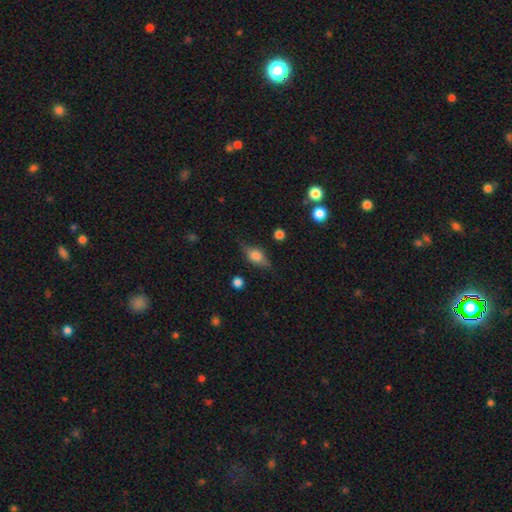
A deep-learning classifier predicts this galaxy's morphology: Smooth or featured? Predicted: smooth (p=0.50). How rounded? Predicted: in between (p=0.70). Merging? Predicted: none (p=0.74).